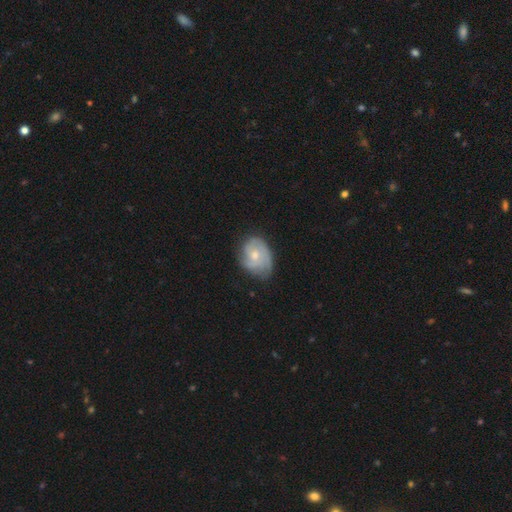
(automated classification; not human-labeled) smooth-or-featured: featured or disk: 63% | smooth: 31% | star or artifact: 6%
  disk-edge-on: no: 97% | yes: 3%
    bar: no: 77% | weak: 20% | strong: 2%
    has-spiral-arms: yes: 85% | no: 15%
      spiral-winding: tight: 55% | medium: 33% | loose: 12%
      spiral-arm-count: can't tell: 37% | 3: 25% | 2: 20% | 4: 8% | 1: 6% | more than 4: 4%
    bulge-size: moderate: 57% | small: 37% | large: 3% | none: 2% | dominant: 1%
  merging: none: 60% | minor disturbance: 28% | major disturbance: 10% | merger: 1%